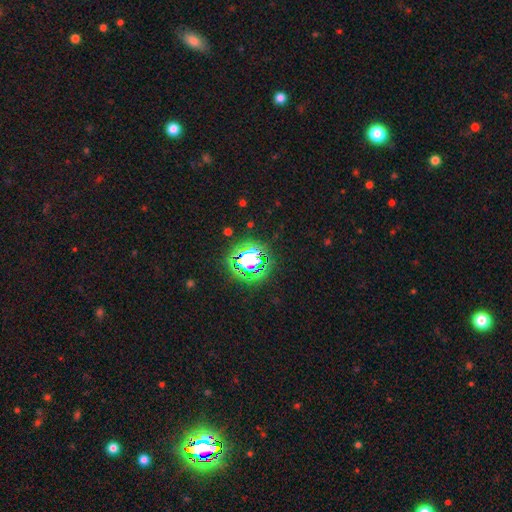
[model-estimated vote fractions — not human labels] smooth-or-featured: star or artifact: 69% | smooth: 20% | featured or disk: 10%